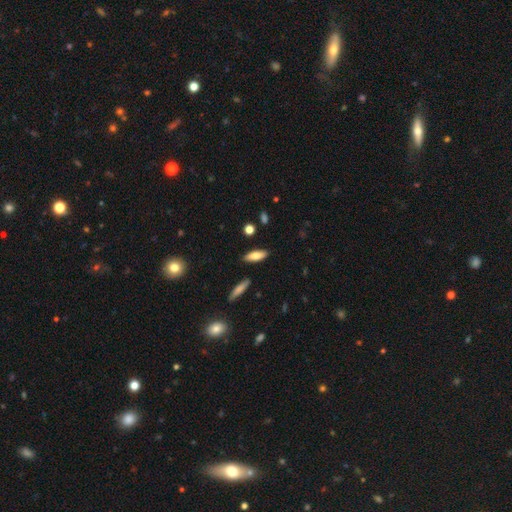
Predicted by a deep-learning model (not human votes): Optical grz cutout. It shows a smooth galaxy with no disk features (76%) that is in between round and cigar-shaped (63%). Merging: none (86%).